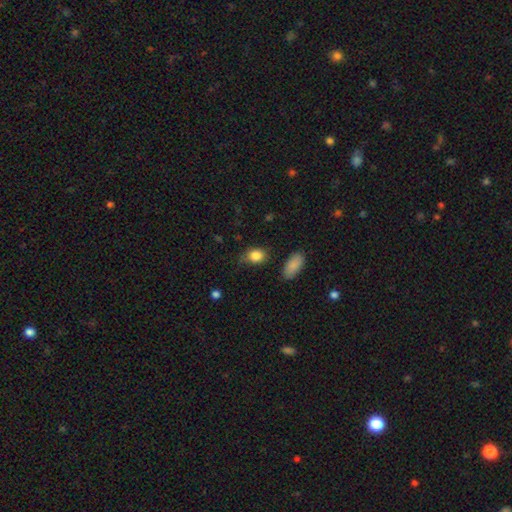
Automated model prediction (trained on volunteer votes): Smooth or featured?
  - smooth: 86% *
  - star or artifact: 9%
  - featured or disk: 6%
How rounded?
  - in between: 59% *
  - round: 39%
  - cigar-shaped: 2%
Merging?
  - none: 65% *
  - minor disturbance: 26%
  - major disturbance: 7%
  - merger: 3%